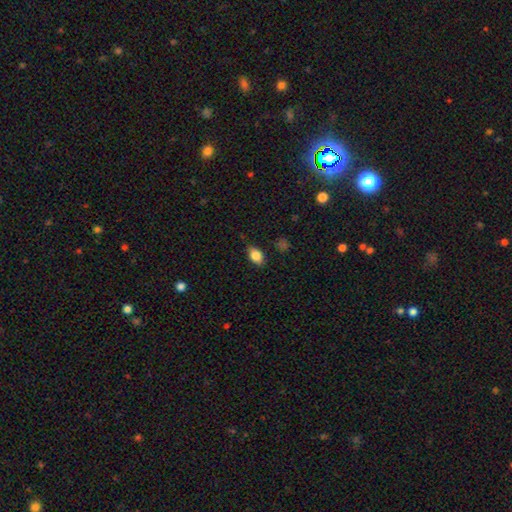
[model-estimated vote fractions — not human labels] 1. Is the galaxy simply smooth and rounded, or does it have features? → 84% smooth, 9% star or artifact, 8% featured or disk.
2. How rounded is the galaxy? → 84% in between, 14% round, 3% cigar-shaped.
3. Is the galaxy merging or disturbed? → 78% none, 18% minor disturbance, 3% major disturbance, 1% merger.